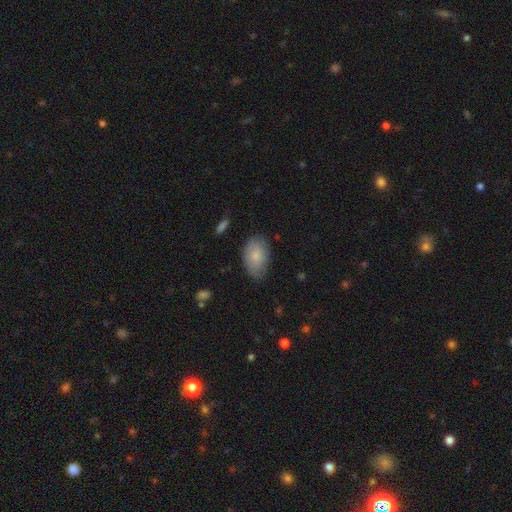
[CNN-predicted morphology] smooth-or-featured: smooth: 82% | featured or disk: 12% | star or artifact: 6%
  how-rounded: in between: 92% | round: 6% | cigar-shaped: 1%
  merging: none: 76% | minor disturbance: 19% | major disturbance: 4% | merger: 1%